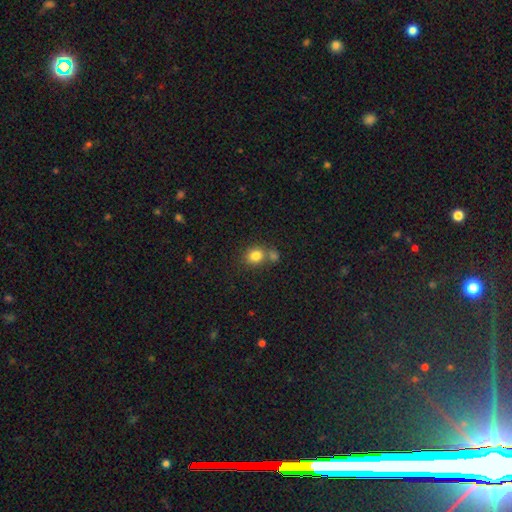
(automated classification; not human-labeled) A smooth galaxy with no disk features (82%) that is round (74%). Merging: none (56%).